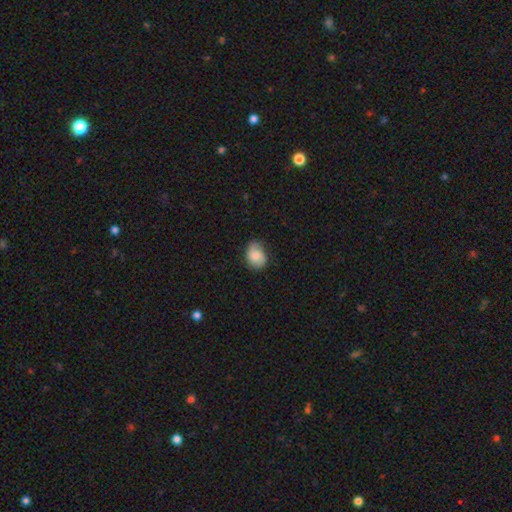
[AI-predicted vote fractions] Smooth or featured: smooth — 66% (featured or disk — 27%)
How rounded: in between — 63% (round — 36%)
Merging: none — 68% (minor disturbance — 25%)